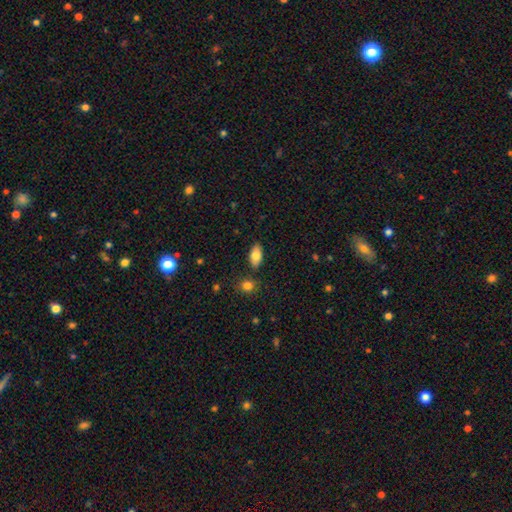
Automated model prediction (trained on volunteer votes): This is clearly a smooth galaxy (81%). How rounded: clearly in between (92%). Merging: clearly none (83%).